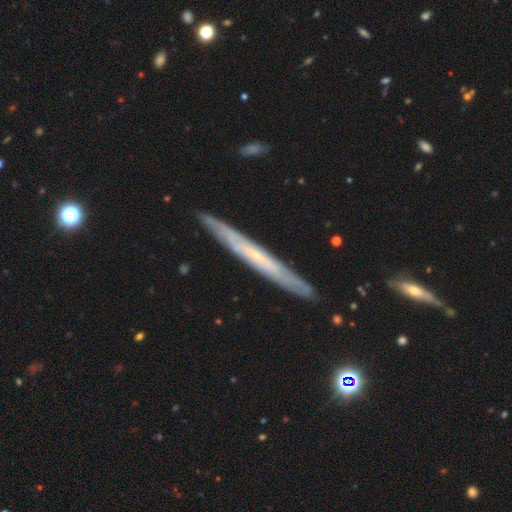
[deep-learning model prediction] Q: Smooth or featured?
A: featured or disk (68%); runner-up: smooth (26%)
Q: Edge-on disk?
A: yes (88%); runner-up: no (12%)
Q: Edge-on bulge?
A: none (71%); runner-up: rounded (26%)
Q: Merging?
A: none (88%); runner-up: minor disturbance (9%)